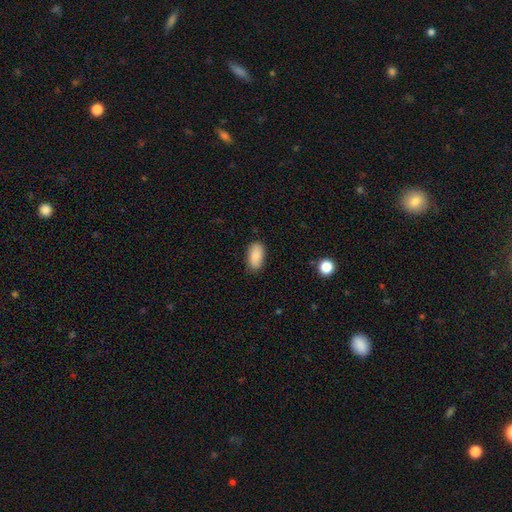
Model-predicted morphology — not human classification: Q: Smooth or featured?
A: smooth (87%); runner-up: star or artifact (7%)
Q: How rounded?
A: in between (93%); runner-up: cigar-shaped (4%)
Q: Merging?
A: none (82%); runner-up: minor disturbance (14%)